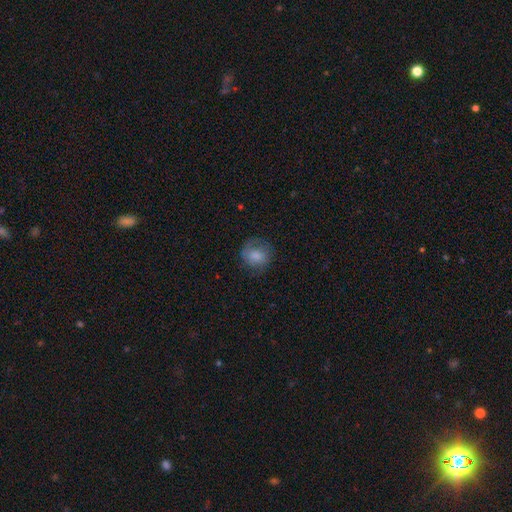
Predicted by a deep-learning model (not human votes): The model was most divided on "merging": none: 67%, minor disturbance: 20%, major disturbance: 12%, merger: 1%. More confident: how rounded — round (77%); smooth or featured — smooth (74%).